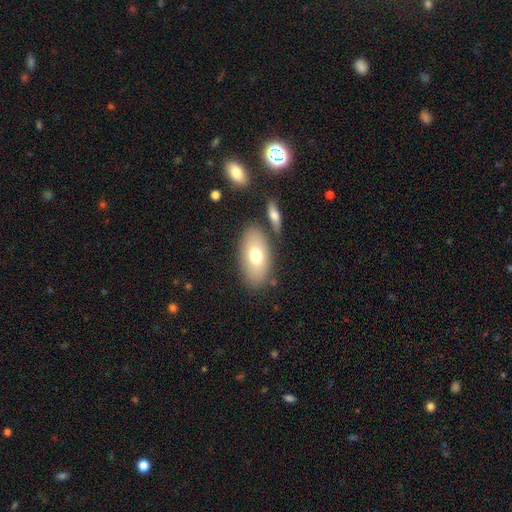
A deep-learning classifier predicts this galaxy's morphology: Q: Smooth or featured?
A: smooth (71%); runner-up: featured or disk (22%)
Q: How rounded?
A: in between (92%); runner-up: round (5%)
Q: Merging?
A: none (75%); runner-up: minor disturbance (12%)